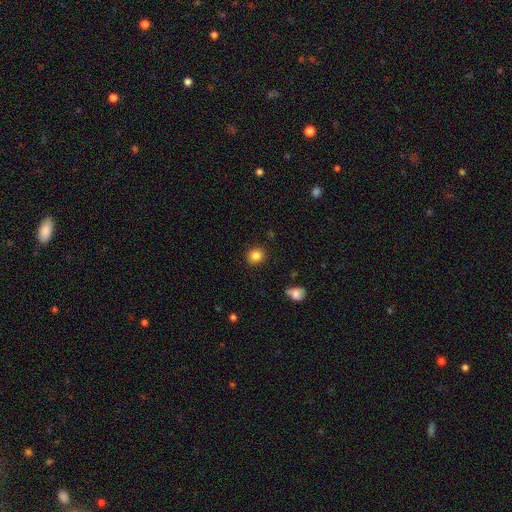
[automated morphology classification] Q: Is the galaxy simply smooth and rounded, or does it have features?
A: smooth — 85%.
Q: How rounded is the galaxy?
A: round — 88%.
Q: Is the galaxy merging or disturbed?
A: none — 90%.